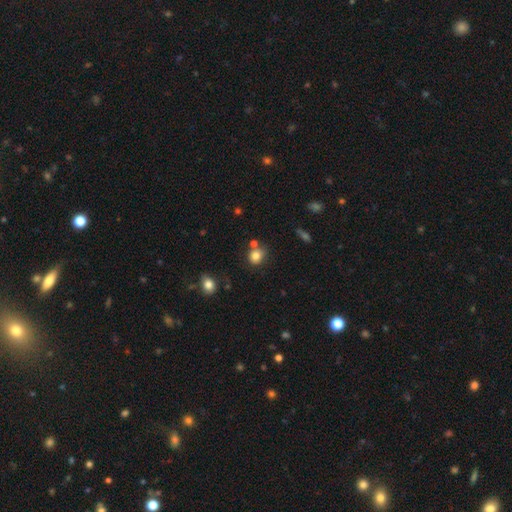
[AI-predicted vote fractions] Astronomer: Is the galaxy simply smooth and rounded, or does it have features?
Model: smooth — 80%.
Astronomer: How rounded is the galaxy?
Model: round — 73%.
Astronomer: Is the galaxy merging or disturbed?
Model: none — 67%.